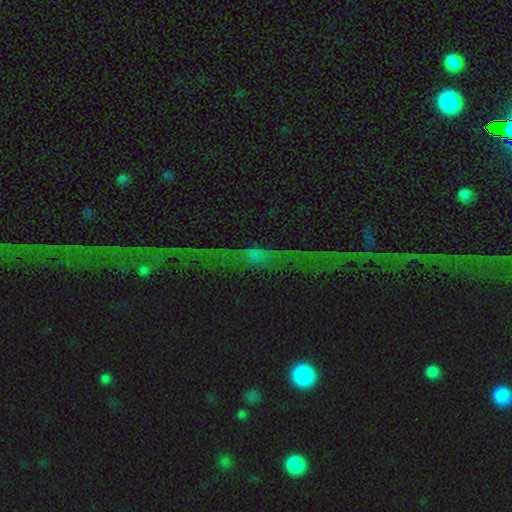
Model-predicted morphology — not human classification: smooth-or-featured: star or artifact: 51% | featured or disk: 34% | smooth: 16%